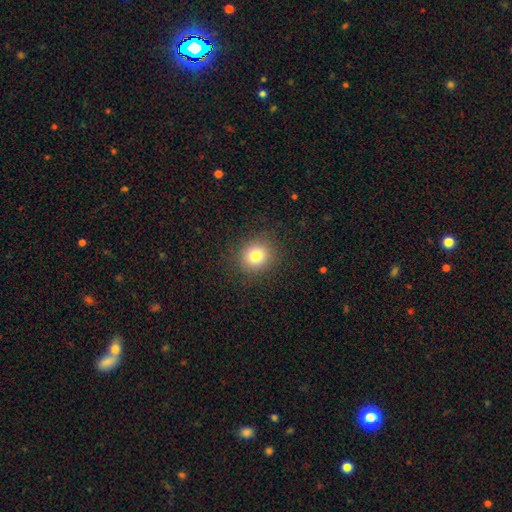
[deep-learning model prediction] A smooth galaxy with no disk features (80%) that is round (85%). Merging: none (89%).